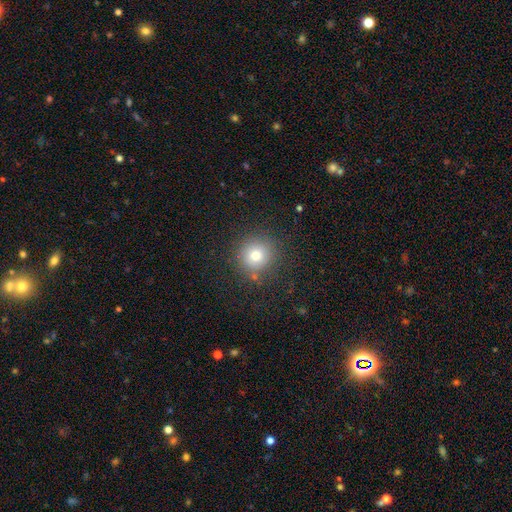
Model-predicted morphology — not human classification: This is likely a smooth galaxy (74%). How rounded: clearly round (93%). Merging: clearly none (85%).